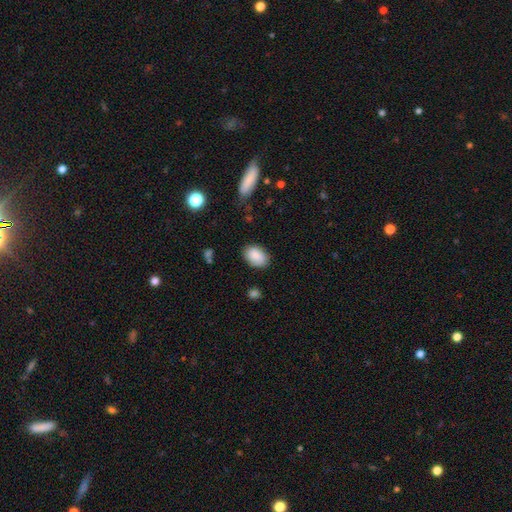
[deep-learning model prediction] Overall: smooth (88%). How rounded: in between (83%). Merging: none (81%).